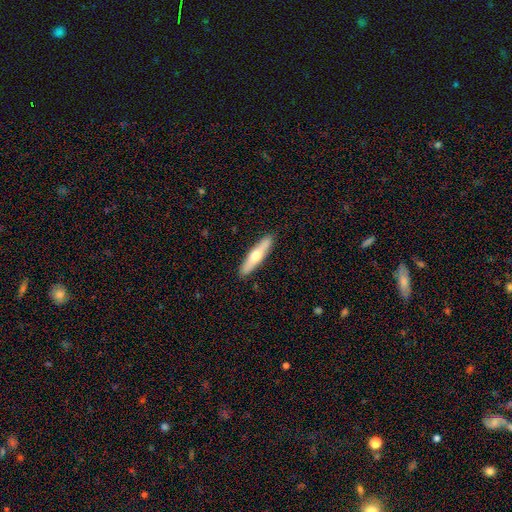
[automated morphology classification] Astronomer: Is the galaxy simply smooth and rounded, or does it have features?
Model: smooth — 50% (runner-up: featured or disk, 45%).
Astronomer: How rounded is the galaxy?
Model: cigar-shaped — 81%.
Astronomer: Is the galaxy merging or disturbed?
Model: none — 90%.